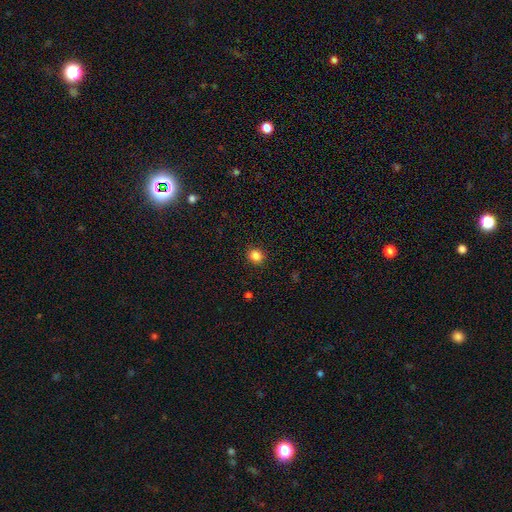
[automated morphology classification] smooth 85%, star or artifact 11%, featured or disk 4%. Down the decision tree: how rounded — round (81%); merging — none (91%).